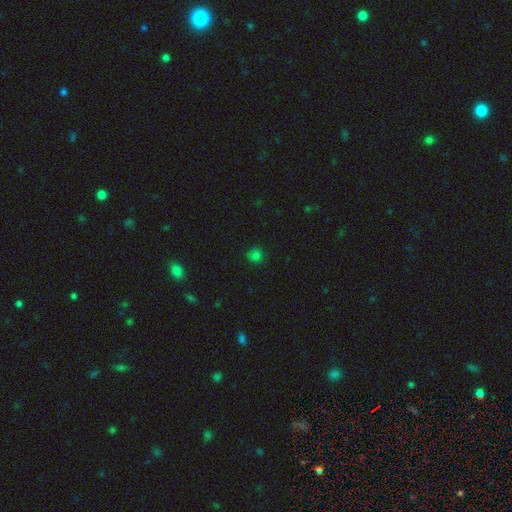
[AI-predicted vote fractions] smooth-or-featured: smooth: 79% | star or artifact: 17% | featured or disk: 4%
  how-rounded: round: 92% | in between: 7% | cigar-shaped: 1%
  merging: none: 88% | minor disturbance: 9% | major disturbance: 2% | merger: 1%